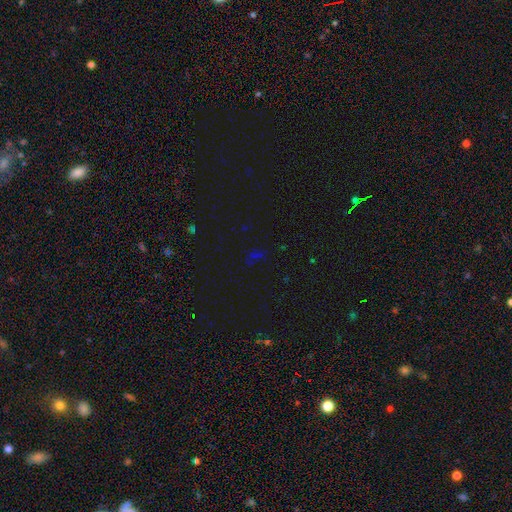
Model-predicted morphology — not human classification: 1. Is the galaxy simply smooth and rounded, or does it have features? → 65% star or artifact, 26% smooth, 9% featured or disk.